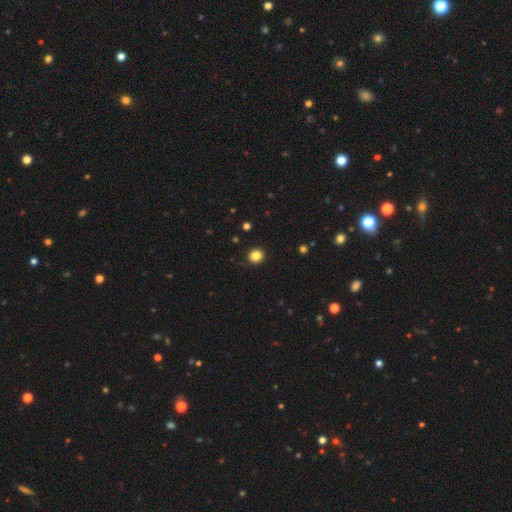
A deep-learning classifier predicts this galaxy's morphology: Smooth or featured?
  - smooth: 85% *
  - star or artifact: 11%
  - featured or disk: 4%
How rounded?
  - round: 83% *
  - in between: 16%
  - cigar-shaped: 1%
Merging?
  - none: 91% *
  - minor disturbance: 6%
  - major disturbance: 2%
  - merger: 1%